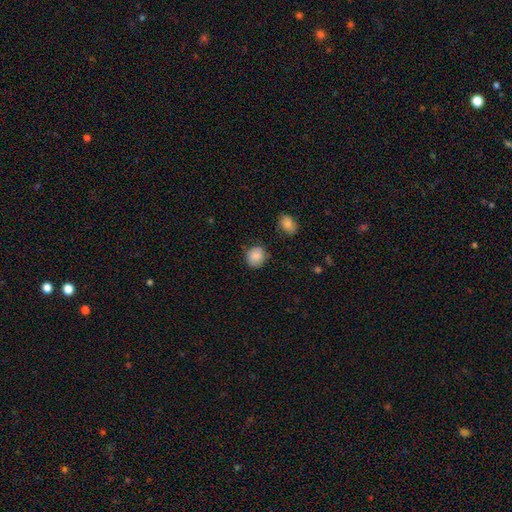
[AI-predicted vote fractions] This appears to be a smooth galaxy with no disk features (84%) that is round (76%). Merging: none (77%).